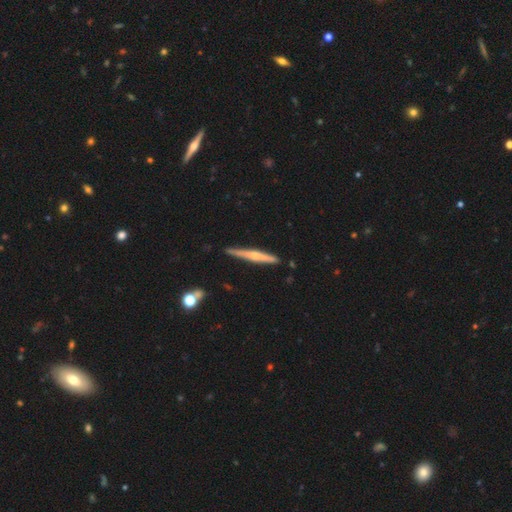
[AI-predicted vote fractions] Q: Smooth or featured?
A: featured or disk (64%); runner-up: smooth (31%)
Q: Edge-on disk?
A: yes (97%); runner-up: no (3%)
Q: Edge-on bulge?
A: rounded (77%); runner-up: none (16%)
Q: Merging?
A: none (87%); runner-up: minor disturbance (10%)